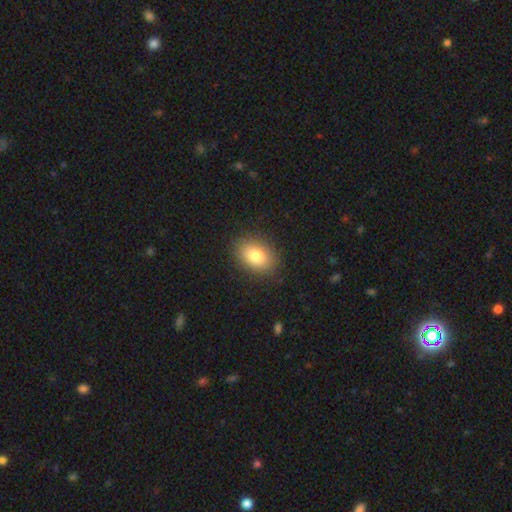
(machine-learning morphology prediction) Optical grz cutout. It shows a smooth galaxy with no disk features (81%) that is in between round and cigar-shaped (81%). Merging: none (87%).